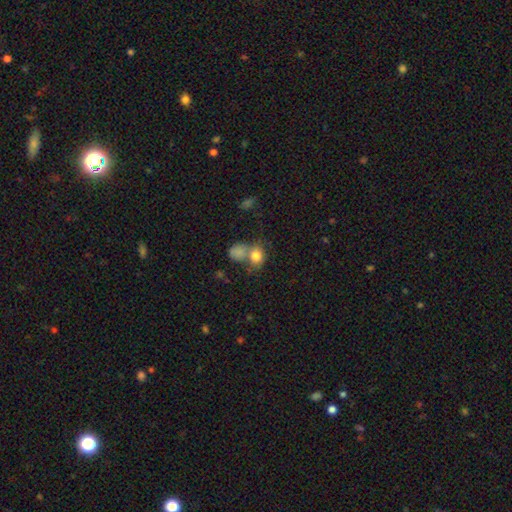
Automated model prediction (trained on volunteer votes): Morphology: type=smooth (80%); roundness=round (58%); merging=merger (42%).